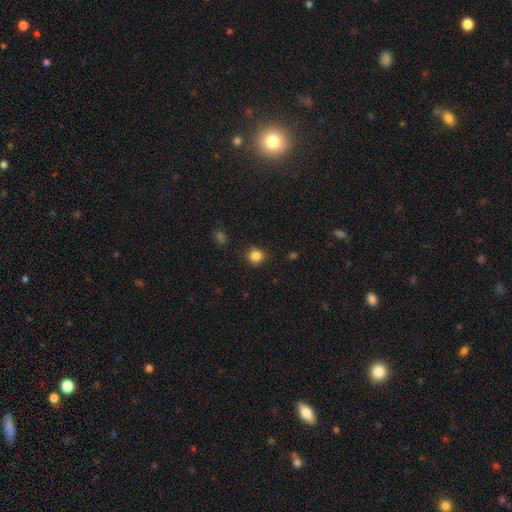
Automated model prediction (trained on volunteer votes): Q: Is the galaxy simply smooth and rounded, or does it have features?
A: smooth — 85%.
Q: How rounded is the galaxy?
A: round — 88%.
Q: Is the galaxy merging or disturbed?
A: none — 88%.